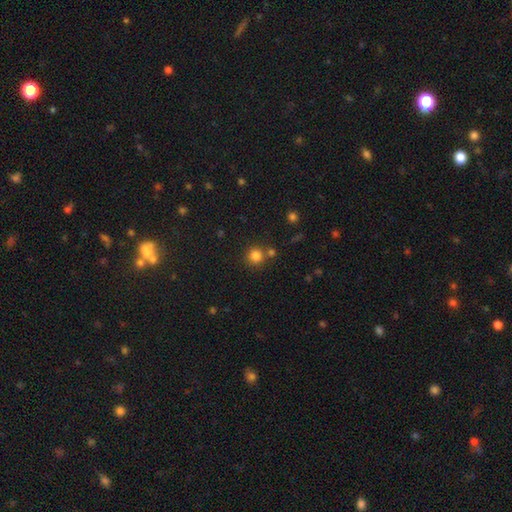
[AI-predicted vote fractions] A smooth galaxy with no disk features (82%) that is round (92%). Merging: none (73%).